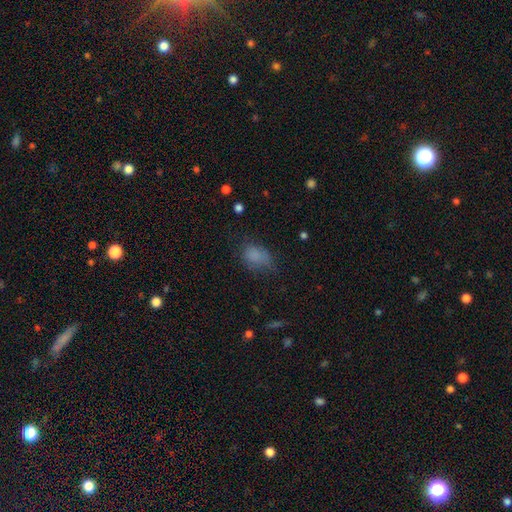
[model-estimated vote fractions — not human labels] Smooth or featured: smooth — 78% (star or artifact — 13%)
How rounded: in between — 75% (round — 24%)
Merging: none — 50% (minor disturbance — 32%)